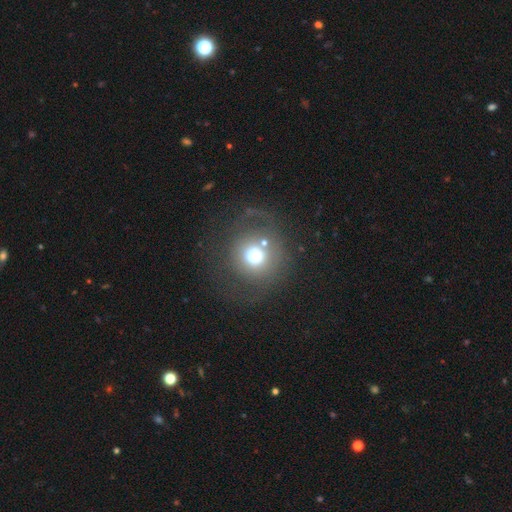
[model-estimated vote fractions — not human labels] A smooth galaxy with no disk features (61%) that is round (92%).

Vote fractions:
- Smooth or featured? smooth: 61% / featured or disk: 24% / star or artifact: 15%
- How rounded? round: 92% / in between: 7% / cigar-shaped: 1%
- Merging? none: 58% / major disturbance: 20% / minor disturbance: 15% / merger: 7%